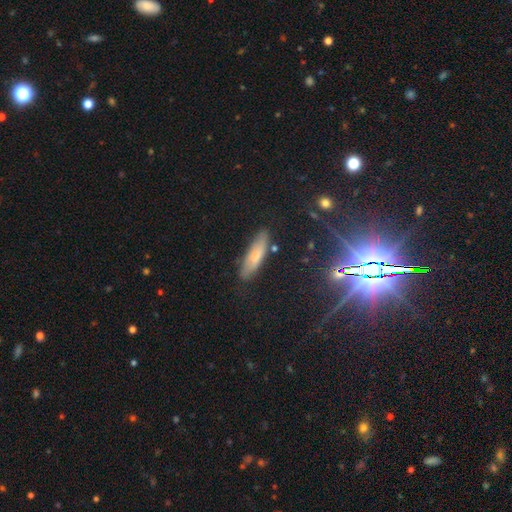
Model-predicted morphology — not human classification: This is likely a smooth galaxy (67%). How rounded: likely cigar-shaped (63%). Merging: clearly none (81%).